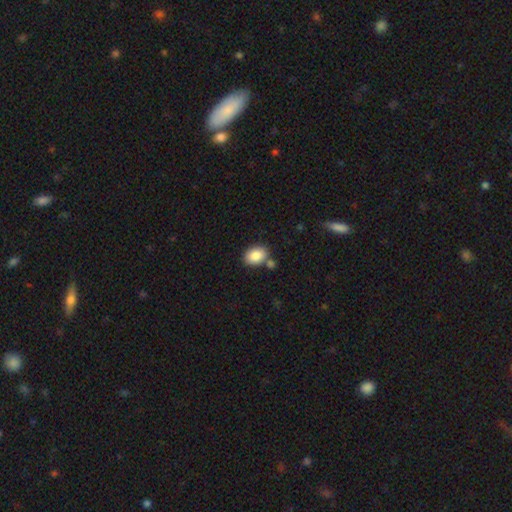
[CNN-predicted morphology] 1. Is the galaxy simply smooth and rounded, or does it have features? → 86% smooth, 7% star or artifact, 7% featured or disk.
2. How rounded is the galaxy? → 79% in between, 20% round, 1% cigar-shaped.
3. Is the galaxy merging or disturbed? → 71% none, 14% merger, 12% minor disturbance, 3% major disturbance.